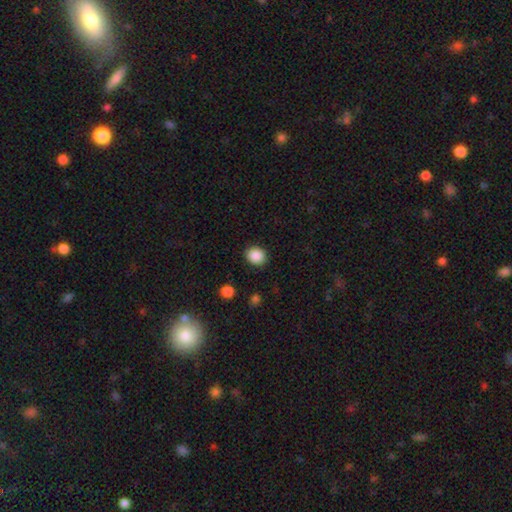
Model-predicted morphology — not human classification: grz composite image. It shows a smooth galaxy with no disk features (88%) that is round (65%). Merging: none (89%).